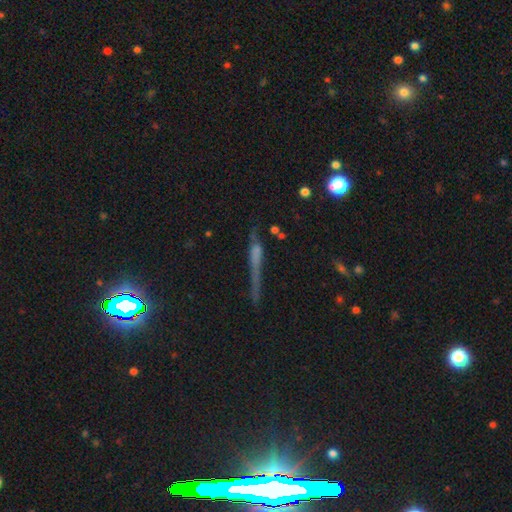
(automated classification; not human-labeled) smooth-or-featured: featured or disk: 46% | smooth: 34% | star or artifact: 20%
  merging: none: 58% | minor disturbance: 21% | major disturbance: 14% | merger: 7%